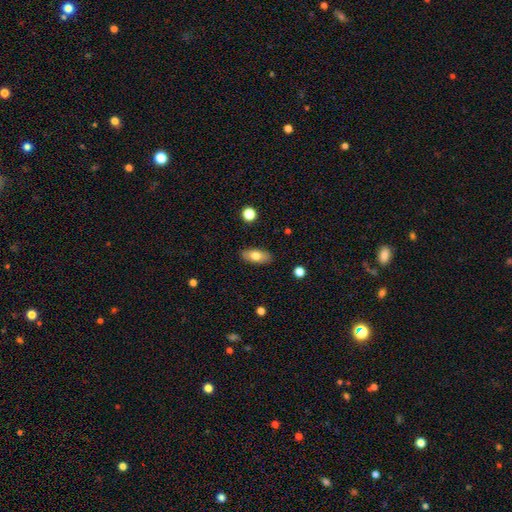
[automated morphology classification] Q: Smooth or featured?
A: smooth (73%); runner-up: featured or disk (20%)
Q: How rounded?
A: in between (85%); runner-up: cigar-shaped (11%)
Q: Merging?
A: none (87%); runner-up: minor disturbance (9%)